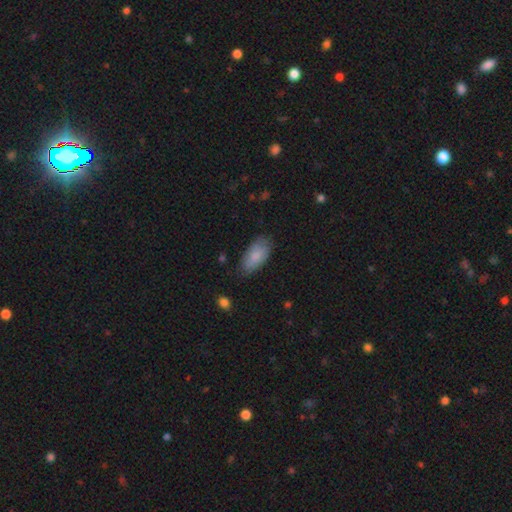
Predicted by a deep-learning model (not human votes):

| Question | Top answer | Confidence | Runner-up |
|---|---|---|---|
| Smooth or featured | smooth | 84% | featured or disk (10%) |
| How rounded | in between | 92% | cigar-shaped (6%) |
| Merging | none | 74% | minor disturbance (21%) |